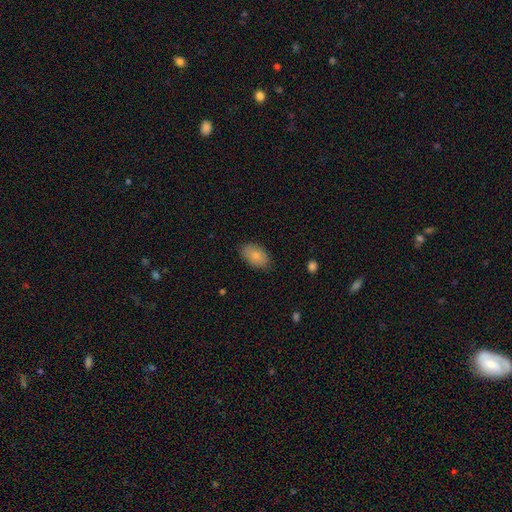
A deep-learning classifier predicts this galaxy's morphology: This appears to be a smooth galaxy with no disk features (82%) that is in between round and cigar-shaped (91%). Merging: none (84%).